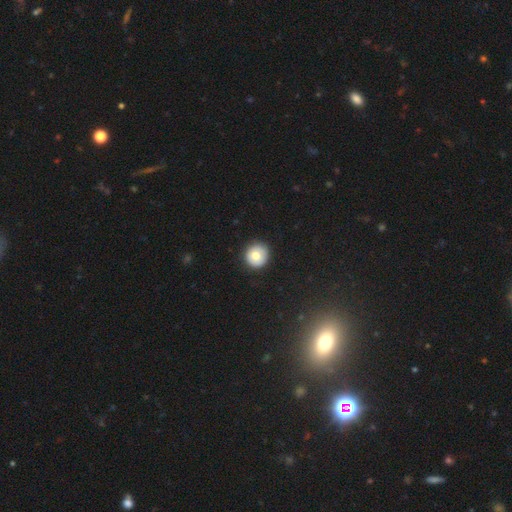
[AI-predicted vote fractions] A smooth galaxy with no disk features (72%) that is round (93%). Merging: none (88%).